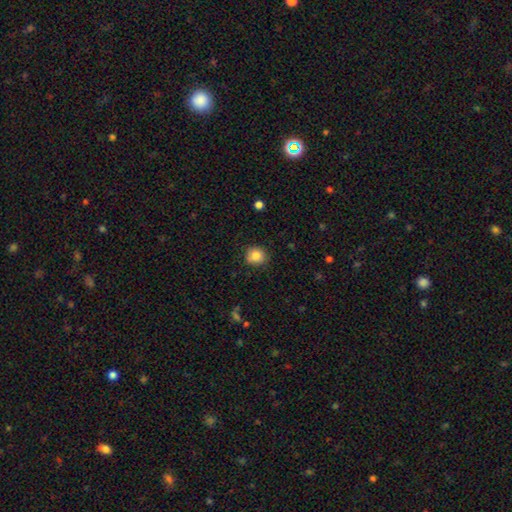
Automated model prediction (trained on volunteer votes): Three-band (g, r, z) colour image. It shows a smooth galaxy with no disk features (85%) that is round (84%). Merging: none (87%).